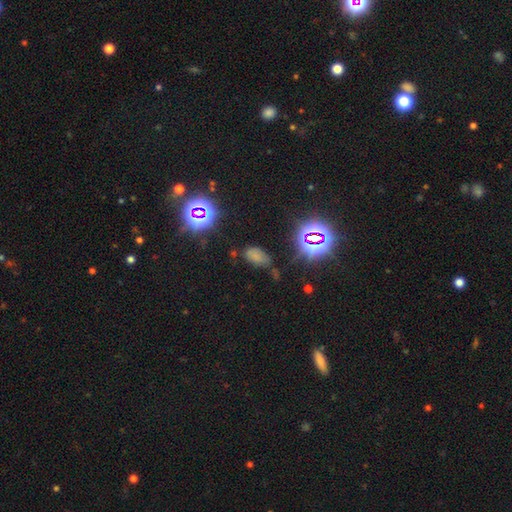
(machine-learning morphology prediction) Smooth or featured: smooth — 53% (star or artifact — 38%)
How rounded: in between — 92% (round — 6%)
Merging: none — 57% (minor disturbance — 25%)